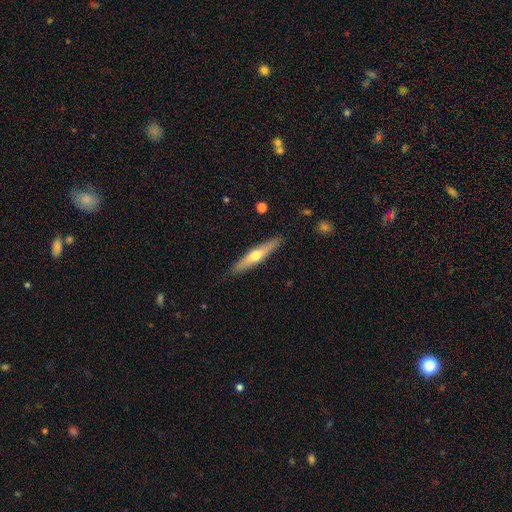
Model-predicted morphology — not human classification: type=featured or disk (53%); edge-on=yes (92%); merging=none (88%).